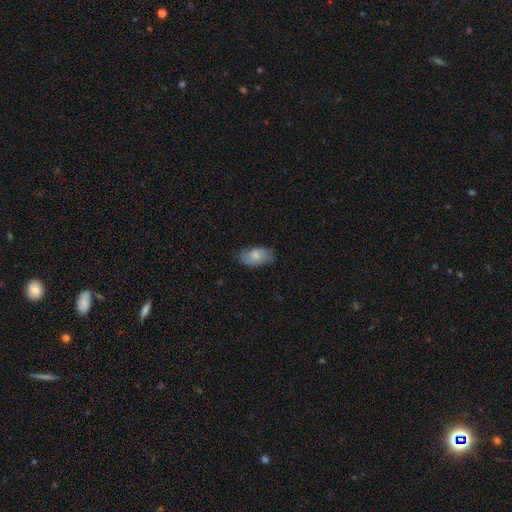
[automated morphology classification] Smooth or featured: smooth — 70% (featured or disk — 23%)
How rounded: in between — 93% (round — 4%)
Merging: none — 70% (minor disturbance — 24%)